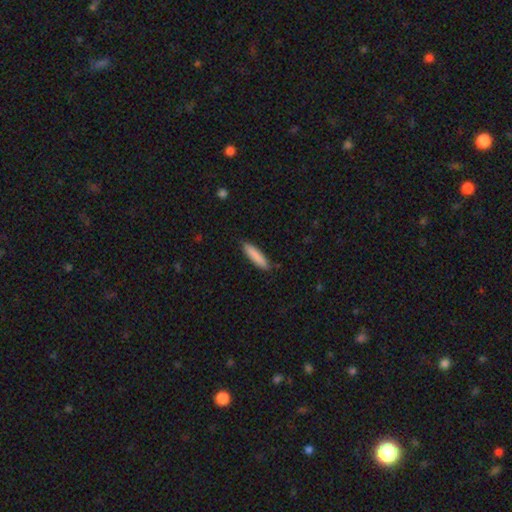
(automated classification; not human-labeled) A smooth galaxy with no disk features (86%) that is cigar-shaped (81%). Merging: none (87%).